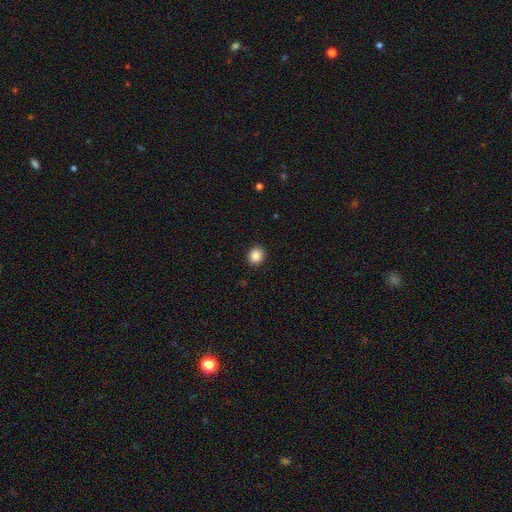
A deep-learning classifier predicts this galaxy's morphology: Smooth or featured? Predicted: smooth (p=0.88). How rounded? Predicted: round (p=0.84). Merging? Predicted: none (p=0.91).